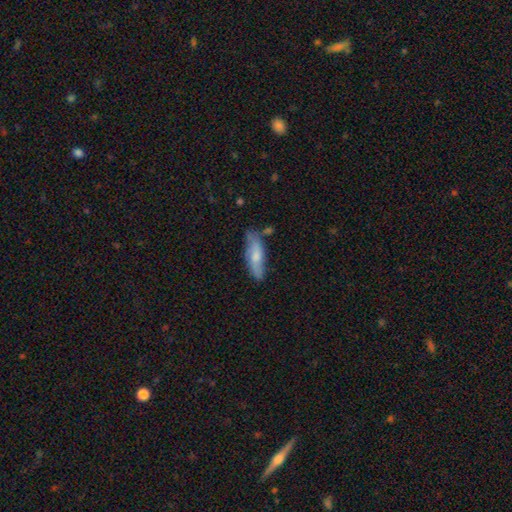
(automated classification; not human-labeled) A smooth galaxy with no disk features (60%) that is in between round and cigar-shaped (50%).

Vote fractions:
- Smooth or featured? smooth: 60% / featured or disk: 33% / star or artifact: 6%
- How rounded? in between: 50% / cigar-shaped: 48% / round: 2%
- Merging? none: 65% / minor disturbance: 24% / major disturbance: 5% / merger: 5%